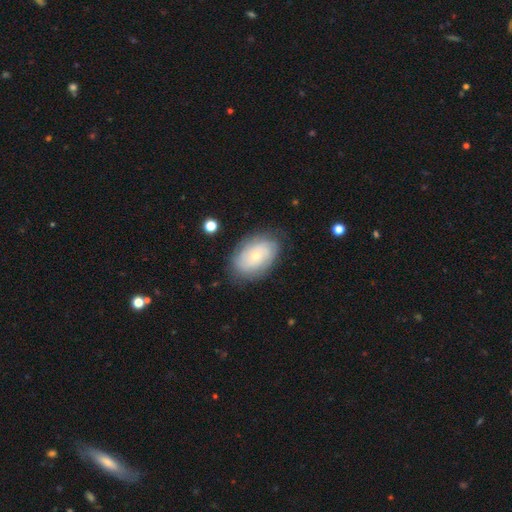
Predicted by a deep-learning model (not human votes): Smooth or featured?
  - featured or disk: 52% *
  - smooth: 40%
  - star or artifact: 8%
Edge-on disk?
  - no: 95% *
  - yes: 5%
Merging?
  - none: 78% *
  - minor disturbance: 16%
  - major disturbance: 5%
  - merger: 1%